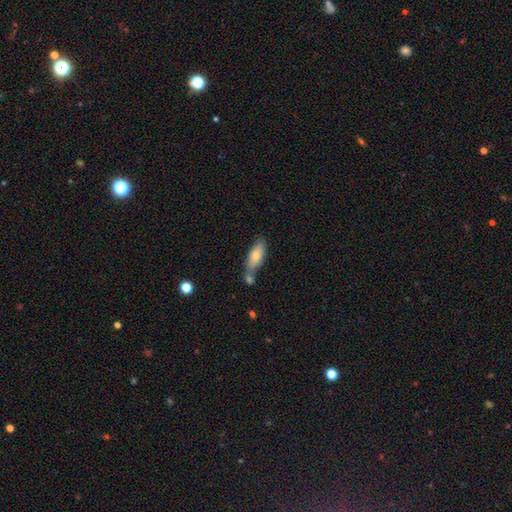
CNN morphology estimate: Smooth or featured? Predicted: smooth (p=0.76). How rounded? Predicted: in between (p=0.76). Merging? Predicted: none (p=0.47).